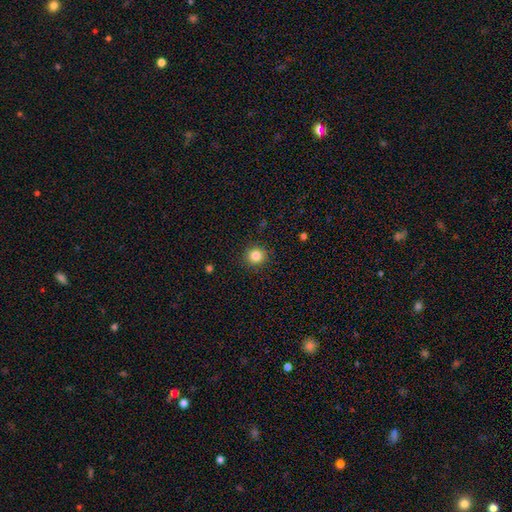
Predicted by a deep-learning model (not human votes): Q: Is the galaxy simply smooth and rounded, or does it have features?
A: smooth — 84%.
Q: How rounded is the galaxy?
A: round — 91%.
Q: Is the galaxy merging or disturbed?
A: none — 91%.